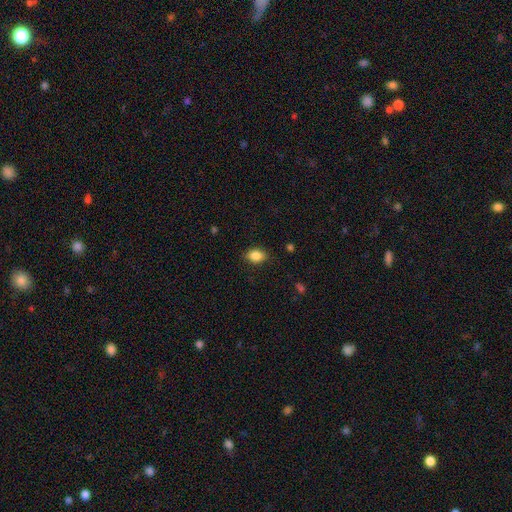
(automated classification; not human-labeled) This appears to be a smooth galaxy with no disk features (86%) that is in between round and cigar-shaped (78%). Merging: none (85%).